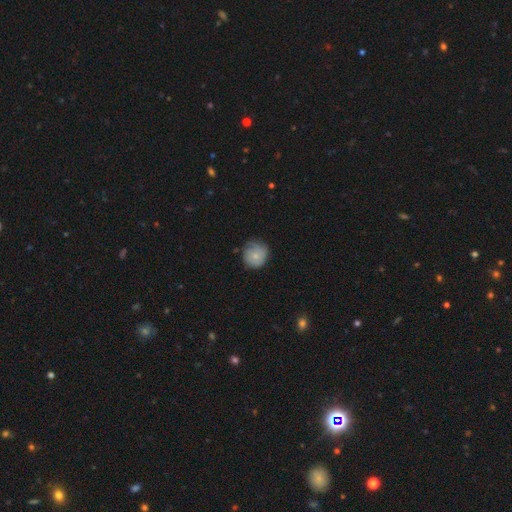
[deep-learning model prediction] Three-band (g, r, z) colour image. It shows a smooth galaxy with no disk features (66%) that is round (89%). Merging: none (65%).